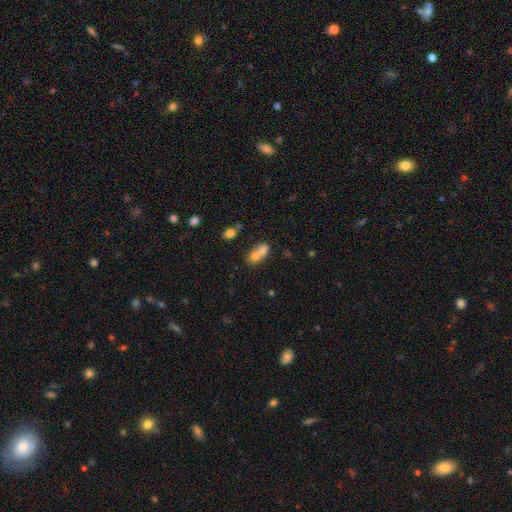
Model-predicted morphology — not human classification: Q: Smooth or featured?
A: smooth (71%); runner-up: featured or disk (19%)
Q: How rounded?
A: in between (67%); runner-up: round (28%)
Q: Merging?
A: merger (67%); runner-up: none (21%)